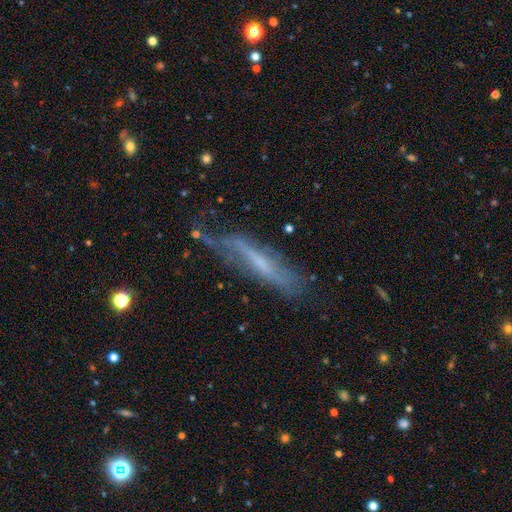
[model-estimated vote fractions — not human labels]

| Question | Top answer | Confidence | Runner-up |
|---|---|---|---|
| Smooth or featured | featured or disk | 56% | smooth (34%) |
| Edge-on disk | yes | 63% | no (37%) |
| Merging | none | 57% | minor disturbance (28%) |